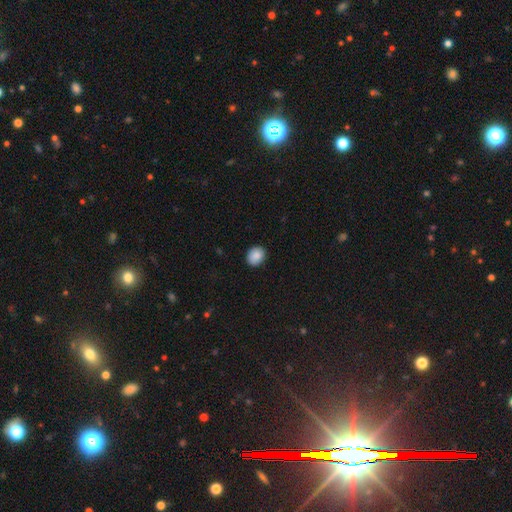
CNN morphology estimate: A smooth galaxy with no disk features (88%) that is round (62%). Merging: none (88%).